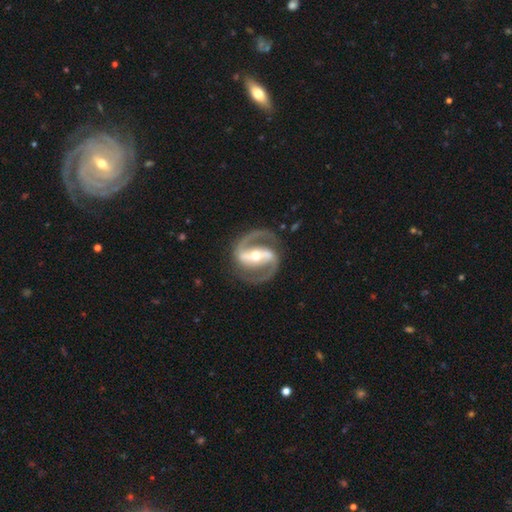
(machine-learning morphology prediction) Smooth or featured? Predicted: featured or disk (p=0.93). Edge-on disk? Predicted: no (p=0.97). Bar? Predicted: strong (p=0.73). Spiral arms? Predicted: yes (p=0.98). Spiral winding? Predicted: medium (p=0.60). Spiral arm count? Predicted: 2 (p=0.94). Bulge size? Predicted: moderate (p=0.64). Merging? Predicted: none (p=0.85).